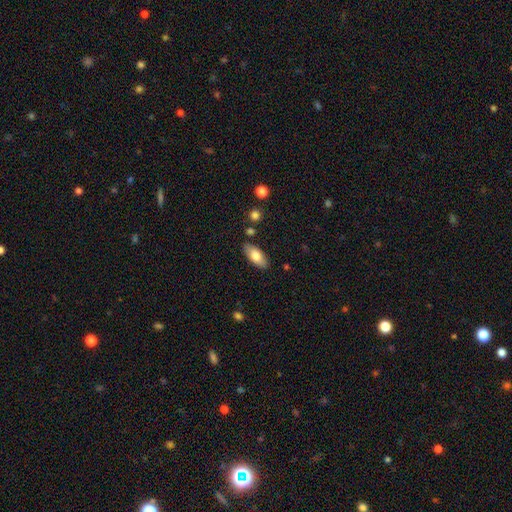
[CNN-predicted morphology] Q: Smooth or featured?
A: smooth (75%); runner-up: featured or disk (19%)
Q: How rounded?
A: in between (87%); runner-up: cigar-shaped (11%)
Q: Merging?
A: none (85%); runner-up: minor disturbance (10%)